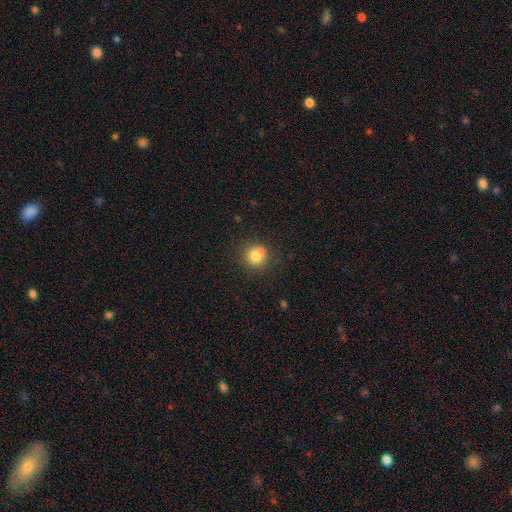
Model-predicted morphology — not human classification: smooth_or_featured: smooth (p=0.78) [alt: star or artifact p=0.12]
how_rounded: round (p=0.91) [alt: in between p=0.08]
merging: none (p=0.68) [alt: merger p=0.16]